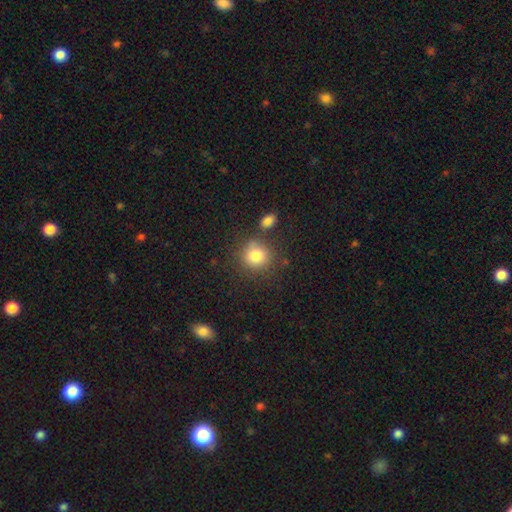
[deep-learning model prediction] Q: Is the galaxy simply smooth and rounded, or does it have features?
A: smooth — 82%.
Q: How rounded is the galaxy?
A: round — 86%.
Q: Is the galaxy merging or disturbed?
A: none — 72%.